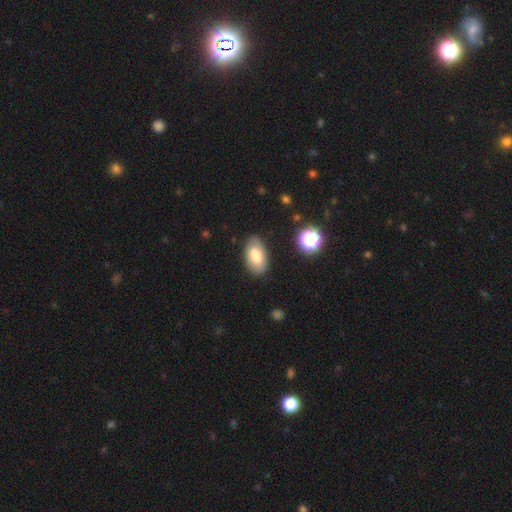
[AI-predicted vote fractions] This is likely a smooth galaxy (78%). How rounded: clearly in between (94%). Merging: clearly none (82%).